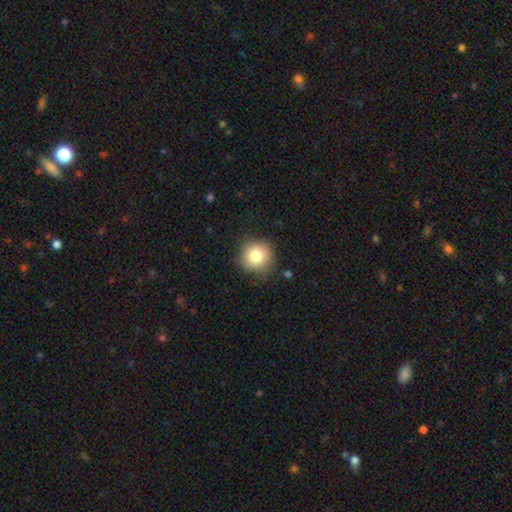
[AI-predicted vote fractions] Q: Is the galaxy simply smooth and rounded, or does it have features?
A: smooth — 80%.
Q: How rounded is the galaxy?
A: round — 93%.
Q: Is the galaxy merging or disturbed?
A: none — 85%.